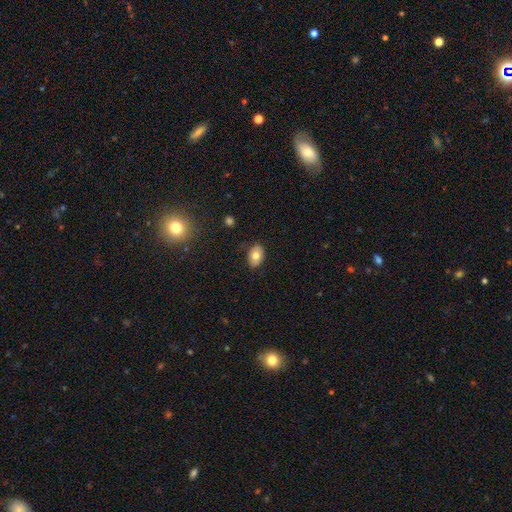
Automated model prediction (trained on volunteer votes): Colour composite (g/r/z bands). It shows a smooth galaxy with no disk features (75%) that is in between round and cigar-shaped (86%). Merging: none (83%).